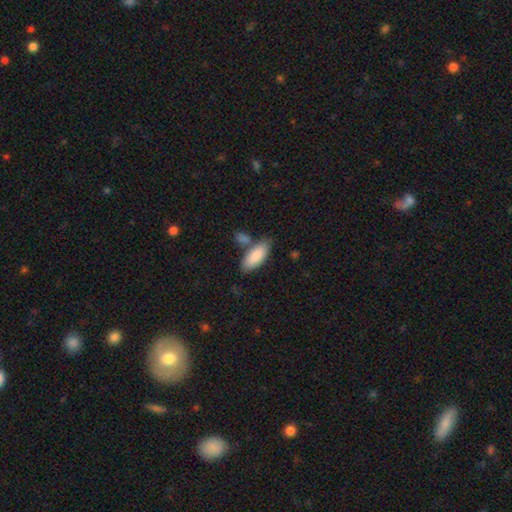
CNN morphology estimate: This appears to be a smooth galaxy with no disk features (86%) that is in between round and cigar-shaped (80%). Merging: none (64%).